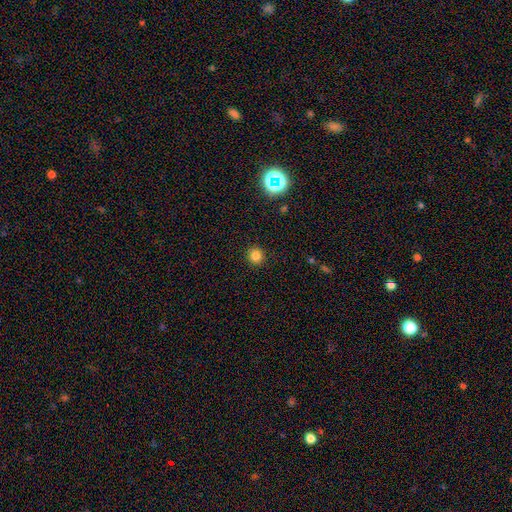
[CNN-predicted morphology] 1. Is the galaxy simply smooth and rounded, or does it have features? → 81% smooth, 15% star or artifact, 5% featured or disk.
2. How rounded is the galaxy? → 91% round, 8% in between, 1% cigar-shaped.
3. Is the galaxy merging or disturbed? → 91% none, 5% minor disturbance, 2% major disturbance, 1% merger.